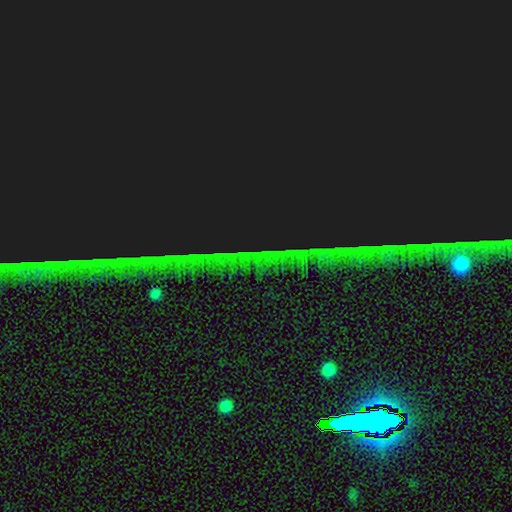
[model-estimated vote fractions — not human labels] star or artifact 85%, featured or disk 7%, smooth 7%.